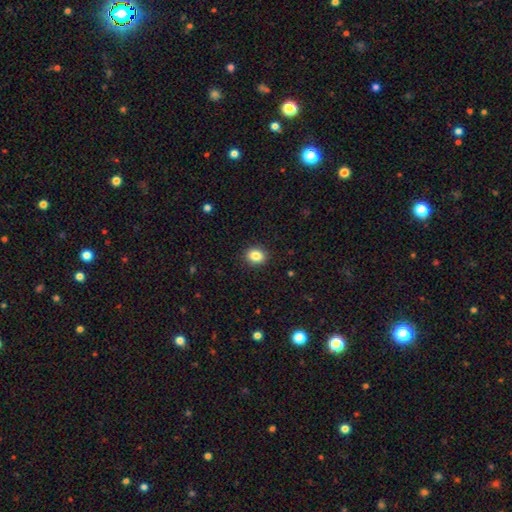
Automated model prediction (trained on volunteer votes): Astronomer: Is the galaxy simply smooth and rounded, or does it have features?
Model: smooth — 85%.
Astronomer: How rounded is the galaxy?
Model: round — 58% (runner-up: in between, 41%).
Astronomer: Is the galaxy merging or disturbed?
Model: none — 91%.